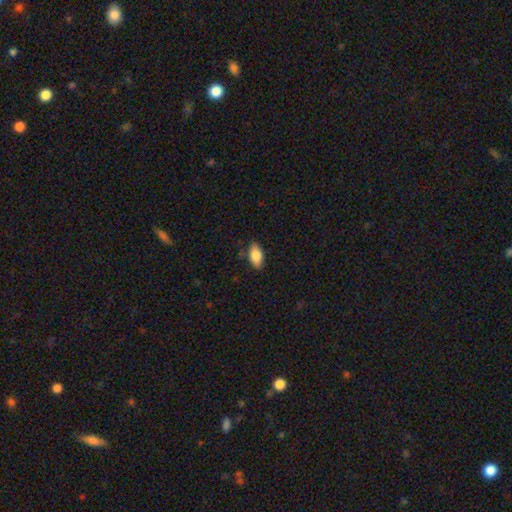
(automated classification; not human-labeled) smooth 84%, featured or disk 10%, star or artifact 7%. Down the decision tree: how rounded — in between (90%); merging — none (84%).